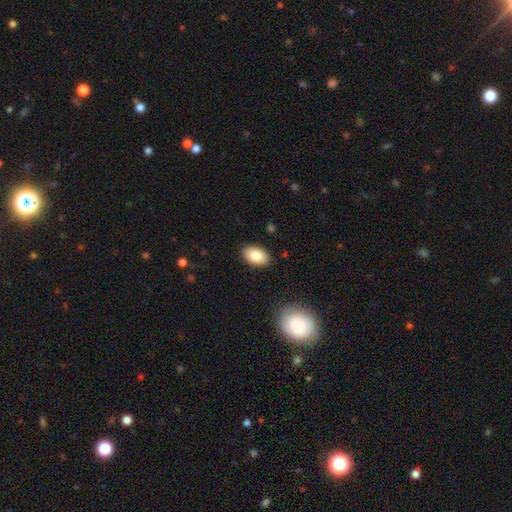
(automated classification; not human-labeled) smooth_or_featured: smooth (p=0.83) [alt: featured or disk p=0.10]
how_rounded: in between (p=0.92) [alt: round p=0.07]
merging: none (p=0.88) [alt: minor disturbance p=0.09]